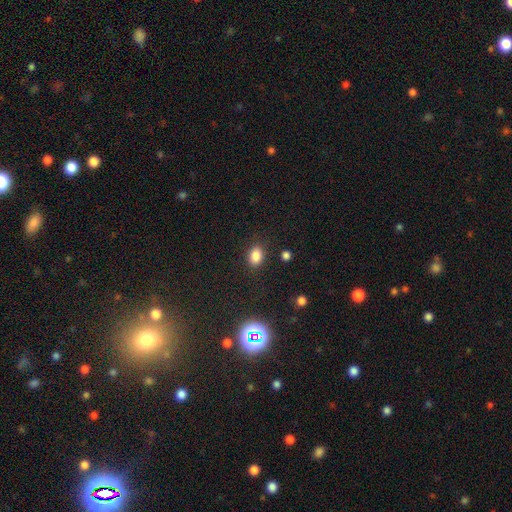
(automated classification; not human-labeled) smooth_or_featured: smooth (p=0.83) [alt: star or artifact p=0.13]
how_rounded: in between (p=0.76) [alt: round p=0.23]
merging: none (p=0.85) [alt: minor disturbance p=0.10]